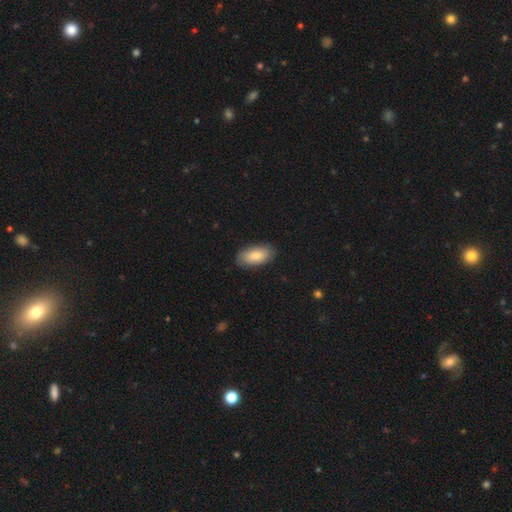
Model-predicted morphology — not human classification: Smooth or featured?
  - smooth: 79% *
  - featured or disk: 15%
  - star or artifact: 6%
How rounded?
  - in between: 93% *
  - cigar-shaped: 4%
  - round: 3%
Merging?
  - none: 85% *
  - minor disturbance: 11%
  - major disturbance: 2%
  - merger: 1%